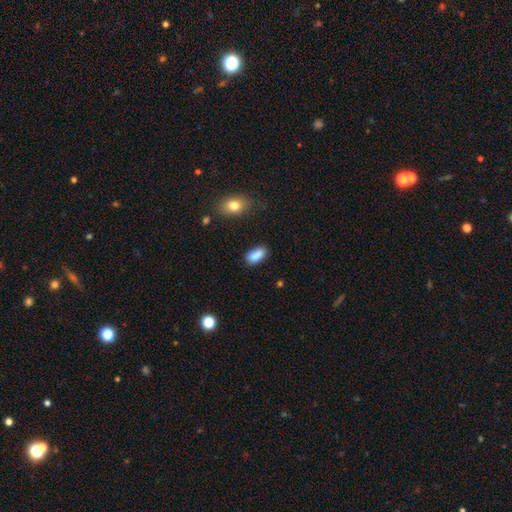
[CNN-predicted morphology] This appears to be a smooth galaxy with no disk features (84%) that is in between round and cigar-shaped (87%). Merging: none (67%).